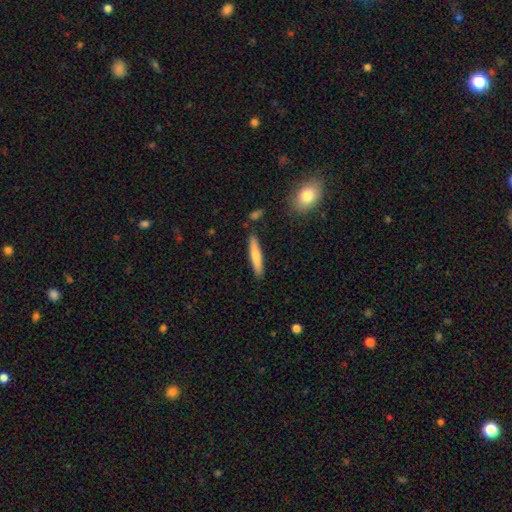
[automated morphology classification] smooth 68%, featured or disk 26%, star or artifact 6%. Down the decision tree: how rounded — cigar-shaped (90%); merging — none (88%).